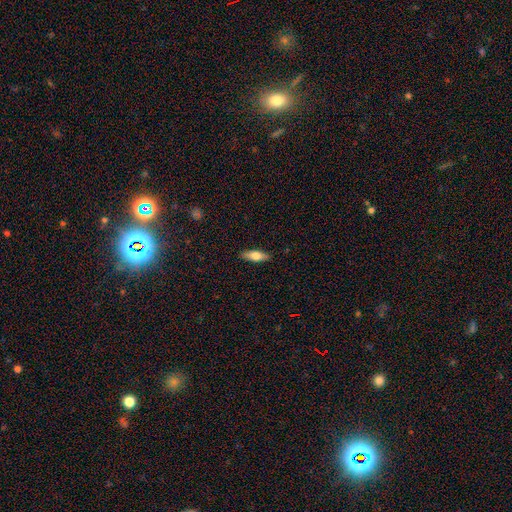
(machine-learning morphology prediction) Overall: smooth (65%; featured or disk 29%). How rounded: in between (55%; cigar-shaped 42%). Merging: none (89%).